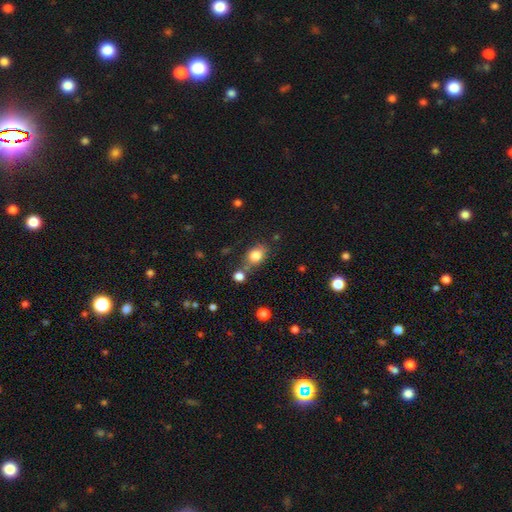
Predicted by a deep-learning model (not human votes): Smooth or featured? smooth (80%)
How rounded? in between (64%)
Merging? none (63%)